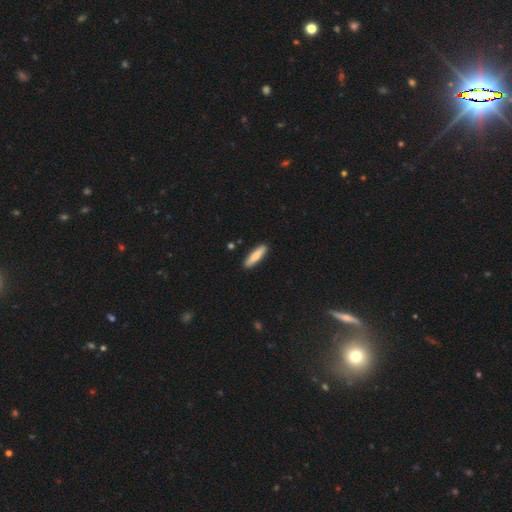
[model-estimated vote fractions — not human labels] smooth_or_featured: smooth (p=0.78) [alt: featured or disk p=0.17]
how_rounded: cigar-shaped (p=0.76) [alt: in between p=0.22]
merging: none (p=0.90) [alt: minor disturbance p=0.07]